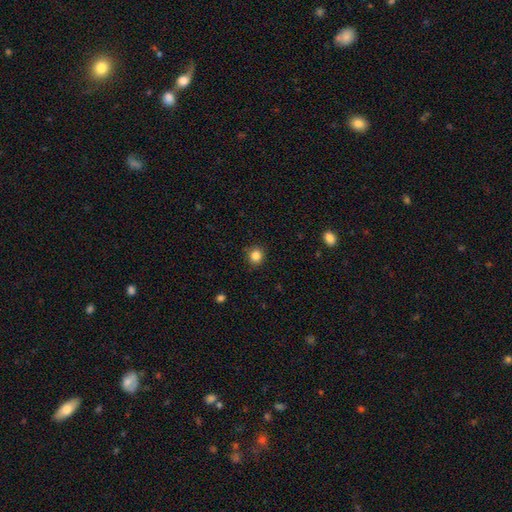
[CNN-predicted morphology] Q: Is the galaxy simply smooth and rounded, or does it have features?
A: smooth — 84%.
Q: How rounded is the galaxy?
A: round — 90%.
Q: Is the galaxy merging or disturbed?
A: none — 90%.